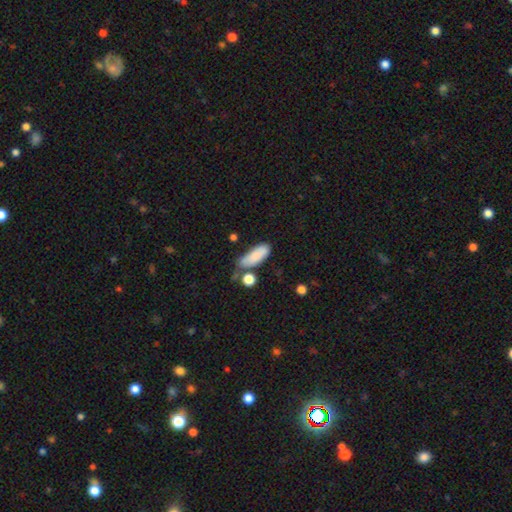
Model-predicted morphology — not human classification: A smooth galaxy with no disk features (82%) that is in between round and cigar-shaped (73%).

Vote fractions:
- Smooth or featured? smooth: 82% / featured or disk: 10% / star or artifact: 7%
- How rounded? in between: 73% / cigar-shaped: 24% / round: 3%
- Merging? none: 50% / minor disturbance: 26% / merger: 14% / major disturbance: 9%